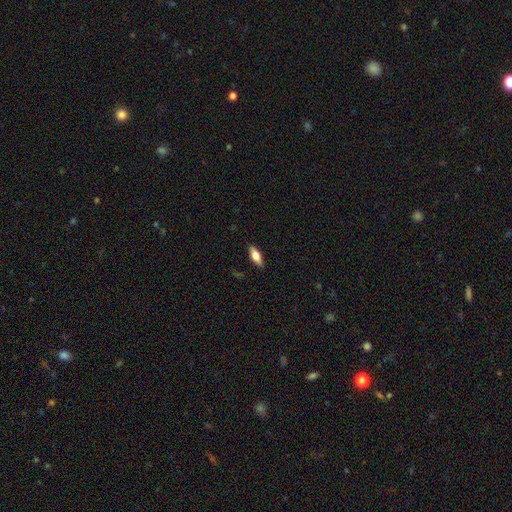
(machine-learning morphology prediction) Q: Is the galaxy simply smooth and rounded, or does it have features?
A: smooth — 60%.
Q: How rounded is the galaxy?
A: in between — 67%.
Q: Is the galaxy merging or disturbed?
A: none — 88%.